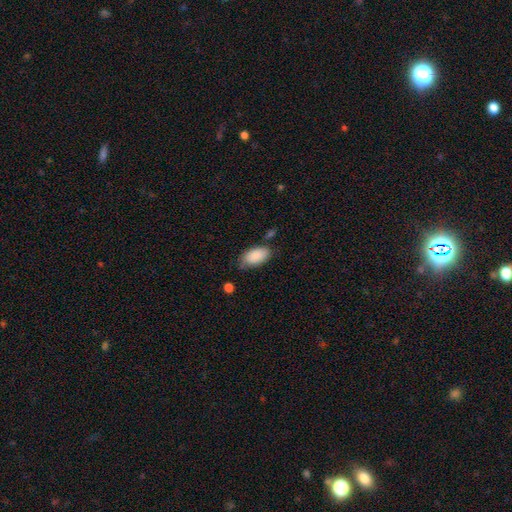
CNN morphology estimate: This appears to be a smooth galaxy with no disk features (89%) that is in between round and cigar-shaped (95%). Merging: none (69%).